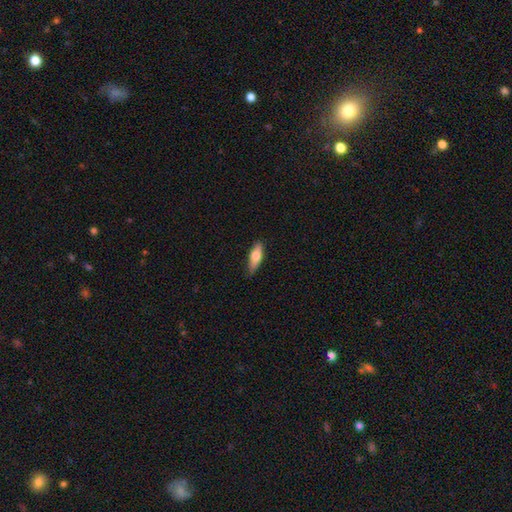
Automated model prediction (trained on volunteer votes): smooth-or-featured: smooth: 63% | featured or disk: 31% | star or artifact: 6%
  how-rounded: in between: 56% | cigar-shaped: 41% | round: 3%
  merging: none: 80% | minor disturbance: 16% | major disturbance: 2% | merger: 1%